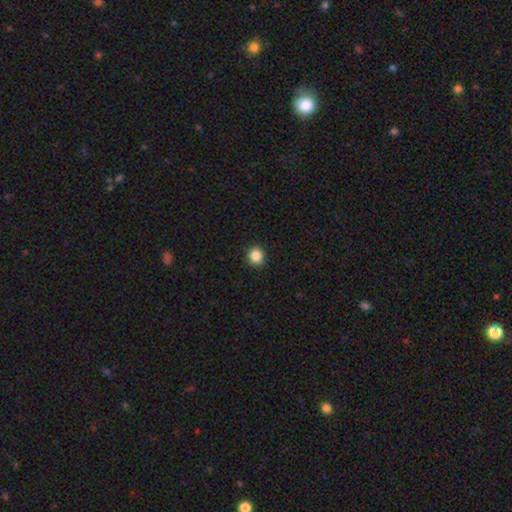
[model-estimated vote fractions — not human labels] Smooth or featured? smooth (87%)
How rounded? round (85%)
Merging? none (91%)